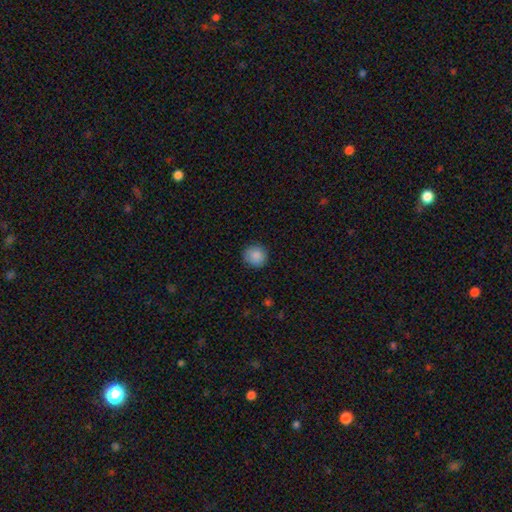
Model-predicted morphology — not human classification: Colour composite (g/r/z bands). It shows a smooth galaxy with no disk features (88%) that is round (91%). Merging: none (89%).